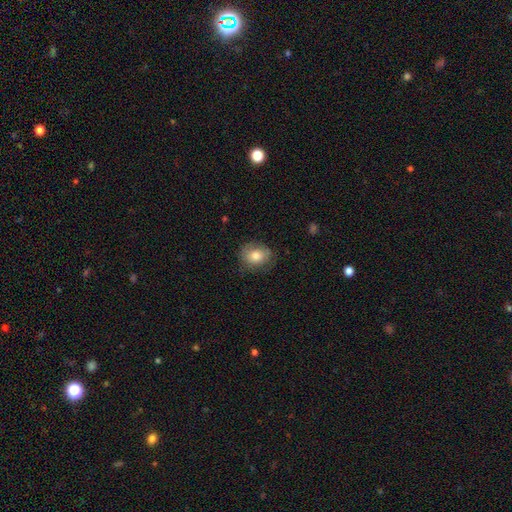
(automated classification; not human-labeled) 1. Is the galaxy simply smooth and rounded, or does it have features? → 76% smooth, 15% featured or disk, 8% star or artifact.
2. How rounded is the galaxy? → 58% round, 41% in between, 1% cigar-shaped.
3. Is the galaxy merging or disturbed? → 72% none, 20% minor disturbance, 7% major disturbance, 1% merger.